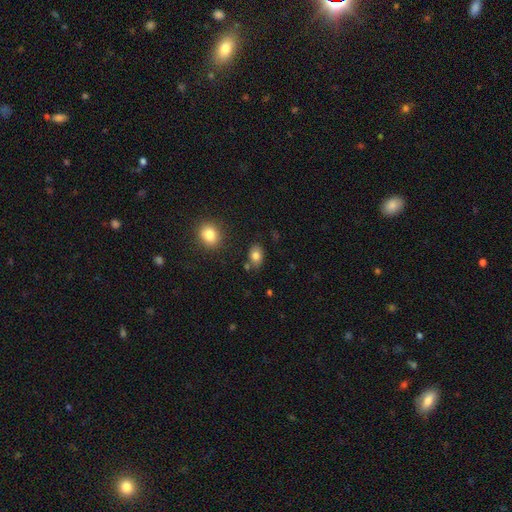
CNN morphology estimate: Smooth or featured?
  - smooth: 81% *
  - star or artifact: 10%
  - featured or disk: 9%
How rounded?
  - in between: 76% *
  - round: 22%
  - cigar-shaped: 1%
Merging?
  - none: 77% *
  - minor disturbance: 13%
  - merger: 6%
  - major disturbance: 3%